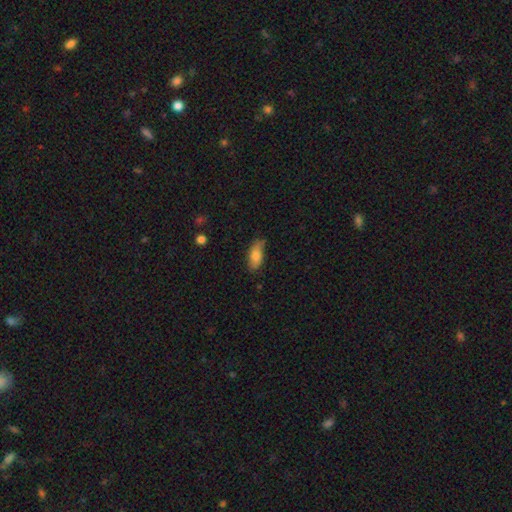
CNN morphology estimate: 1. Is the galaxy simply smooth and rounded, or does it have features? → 78% smooth, 15% featured or disk, 7% star or artifact.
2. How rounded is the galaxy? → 85% in between, 12% cigar-shaped, 3% round.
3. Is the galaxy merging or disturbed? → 65% none, 28% minor disturbance, 5% major disturbance, 2% merger.